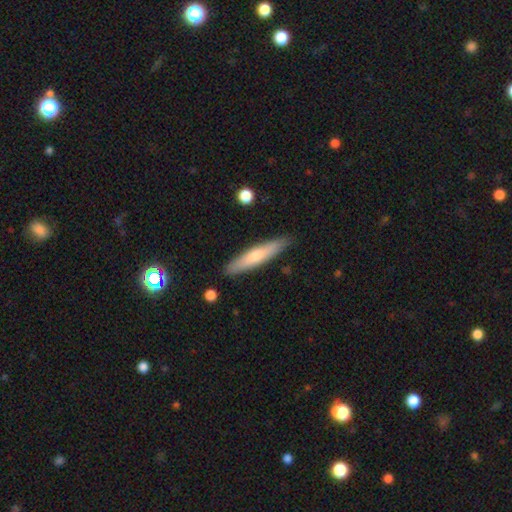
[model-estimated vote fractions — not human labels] Smooth or featured? Predicted: smooth (p=0.60). How rounded? Predicted: cigar-shaped (p=0.88). Merging? Predicted: none (p=0.88).